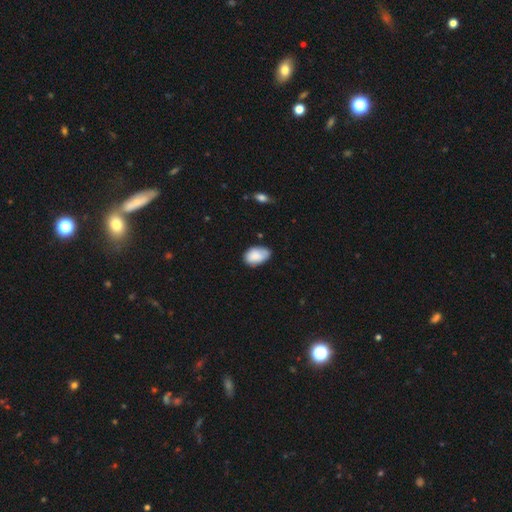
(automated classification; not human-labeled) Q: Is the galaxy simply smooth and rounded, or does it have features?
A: smooth — 85%.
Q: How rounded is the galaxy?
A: in between — 90%.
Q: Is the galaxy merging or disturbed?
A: none — 59%.